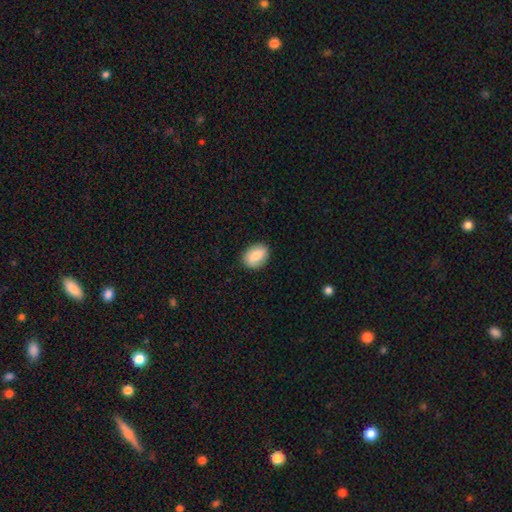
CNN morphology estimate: Smooth or featured?
  - smooth: 82% *
  - featured or disk: 11%
  - star or artifact: 7%
How rounded?
  - in between: 80% *
  - round: 19%
  - cigar-shaped: 2%
Merging?
  - none: 86% *
  - minor disturbance: 11%
  - major disturbance: 2%
  - merger: 1%